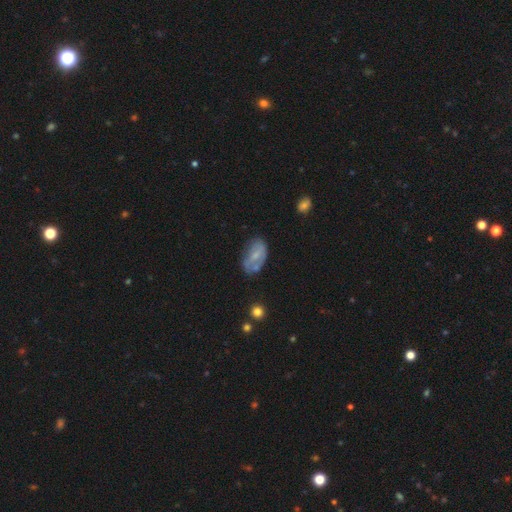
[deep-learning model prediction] This is possibly a smooth galaxy (47%). Merging: possibly none (52%).